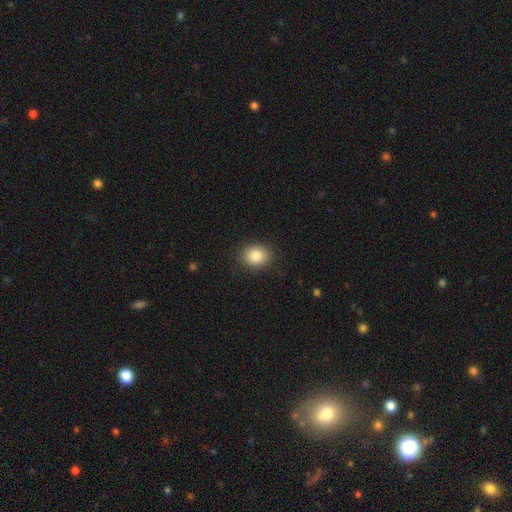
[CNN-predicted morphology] A smooth galaxy with no disk features (86%) that is round (67%).

Vote fractions:
- Smooth or featured? smooth: 86% / star or artifact: 9% / featured or disk: 6%
- How rounded? round: 67% / in between: 32% / cigar-shaped: 1%
- Merging? none: 88% / minor disturbance: 8% / major disturbance: 2% / merger: 1%